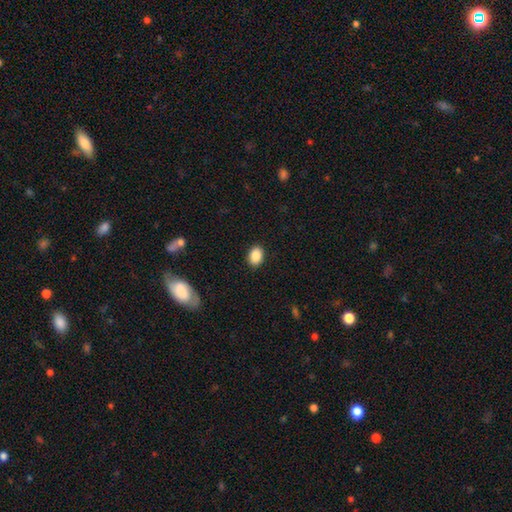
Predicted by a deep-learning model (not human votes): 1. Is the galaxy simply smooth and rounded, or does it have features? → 88% smooth, 8% star or artifact, 4% featured or disk.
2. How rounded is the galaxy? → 78% in between, 21% round, 1% cigar-shaped.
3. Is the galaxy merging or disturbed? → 89% none, 8% minor disturbance, 2% major disturbance, 1% merger.